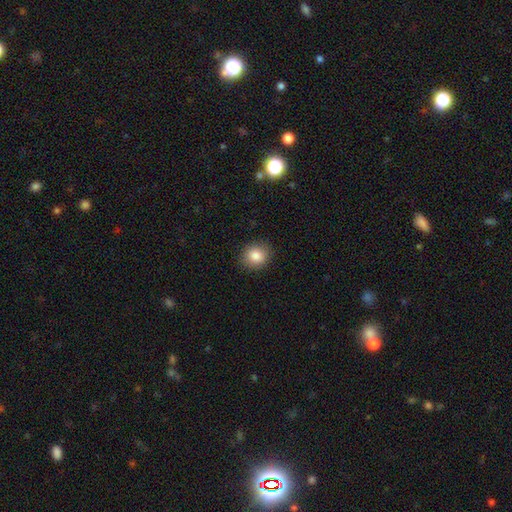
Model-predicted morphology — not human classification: The model was most divided on "how rounded": round: 76%, in between: 23%, cigar-shaped: 1%. More confident: merging — none (89%); smooth or featured — smooth (85%).